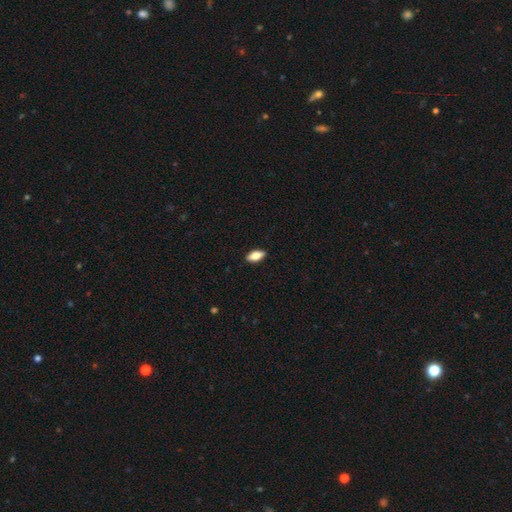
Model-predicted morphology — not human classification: The model was most divided on "smooth or featured": smooth: 77%, featured or disk: 16%, star or artifact: 7%. More confident: merging — none (89%); how rounded — in between (86%).